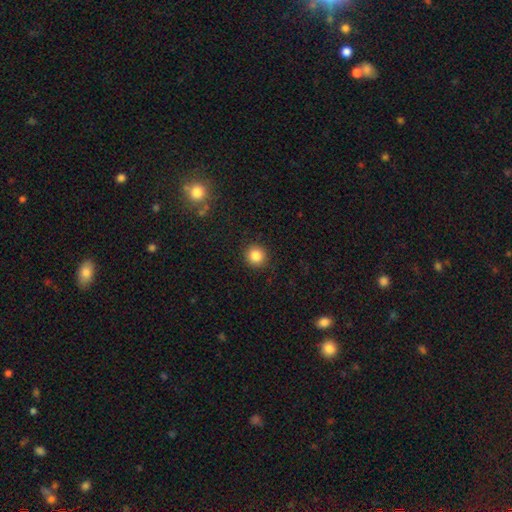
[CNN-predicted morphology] Smooth or featured: smooth — 85% (star or artifact — 11%)
How rounded: round — 93% (in between — 6%)
Merging: none — 91% (minor disturbance — 6%)